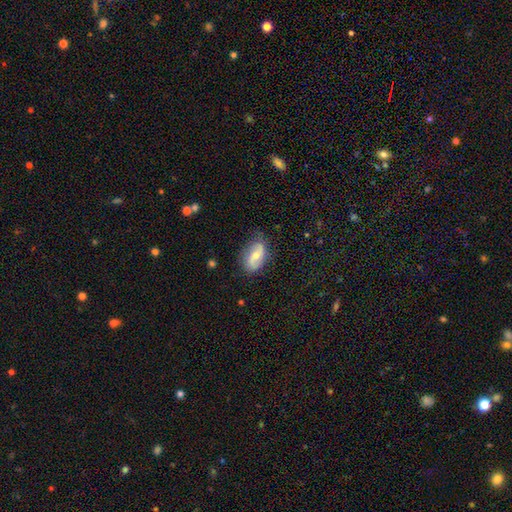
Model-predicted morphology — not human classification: type=featured or disk (60%); edge-on=no (95%); bar=no (50%); spiral arms=yes (87%); bulge=small (48%); merging=none (74%).